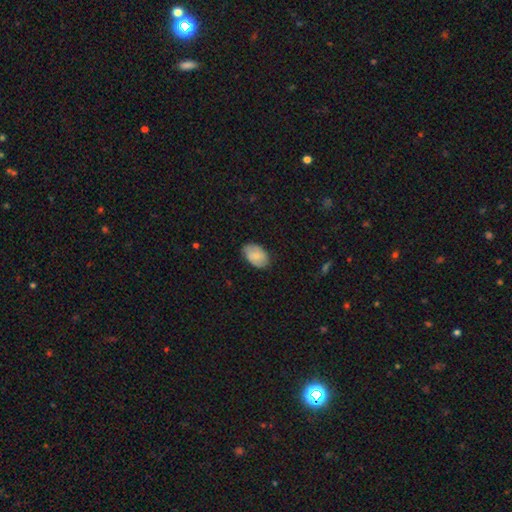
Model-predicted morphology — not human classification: A smooth galaxy with no disk features (68%) that is in between round and cigar-shaped (89%).

Vote fractions:
- Smooth or featured? smooth: 68% / featured or disk: 26% / star or artifact: 7%
- How rounded? in between: 89% / round: 10% / cigar-shaped: 1%
- Merging? none: 76% / minor disturbance: 20% / major disturbance: 3% / merger: 1%